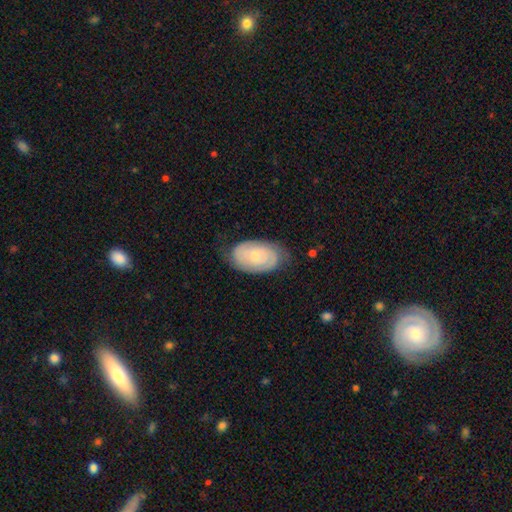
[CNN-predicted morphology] A featured or disk galaxy (66%) with no bar (71%), 2 (57%) tight (66%) spiral arms (89%) and a small central bulge (64%). Merging: none (72%).